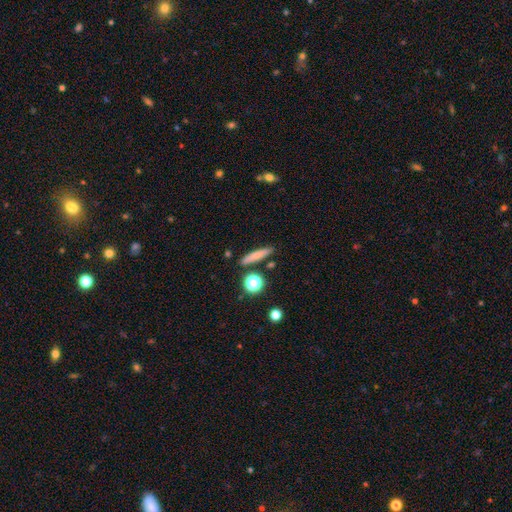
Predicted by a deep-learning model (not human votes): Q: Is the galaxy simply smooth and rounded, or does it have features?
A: smooth — 75%.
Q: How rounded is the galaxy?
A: cigar-shaped — 83%.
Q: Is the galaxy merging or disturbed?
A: none — 85%.